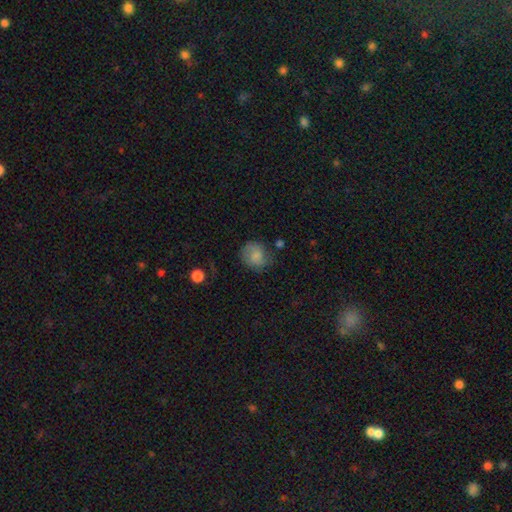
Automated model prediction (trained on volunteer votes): Morphology: type=smooth (63%); roundness=round (73%); merging=none (60%).